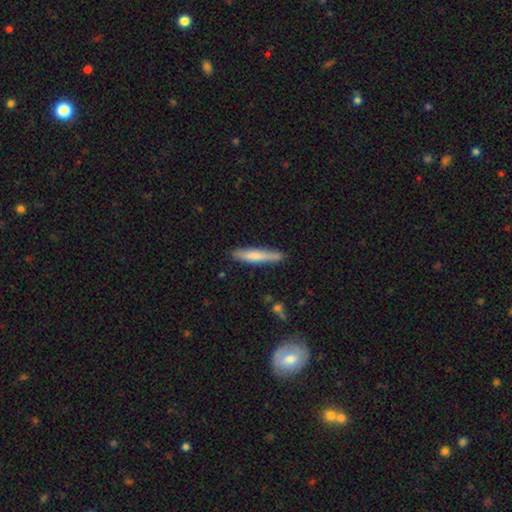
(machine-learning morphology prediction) This appears to be a smooth galaxy with no disk features (71%) that is cigar-shaped (91%). Merging: none (82%).